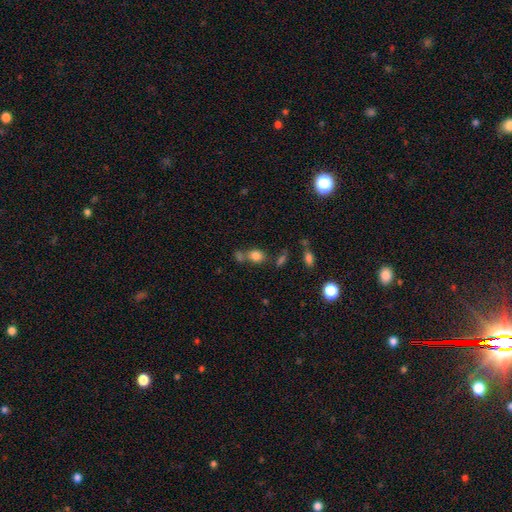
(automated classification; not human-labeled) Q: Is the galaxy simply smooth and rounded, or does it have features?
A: smooth — 80%.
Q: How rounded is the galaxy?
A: round — 52%.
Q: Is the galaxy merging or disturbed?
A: none — 54%.